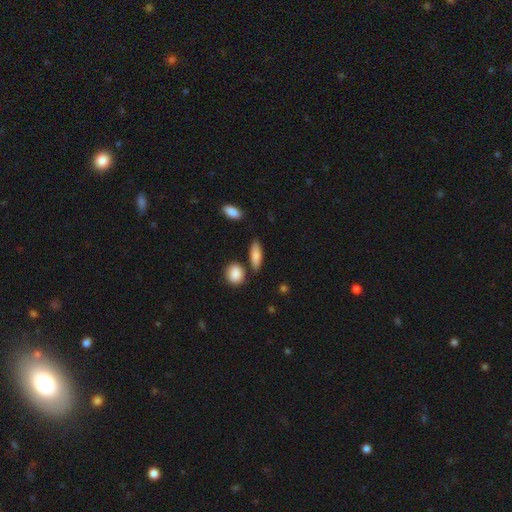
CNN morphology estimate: smooth 81%, featured or disk 12%, star or artifact 6%. Down the decision tree: how rounded — in between (55%); merging — none (79%).